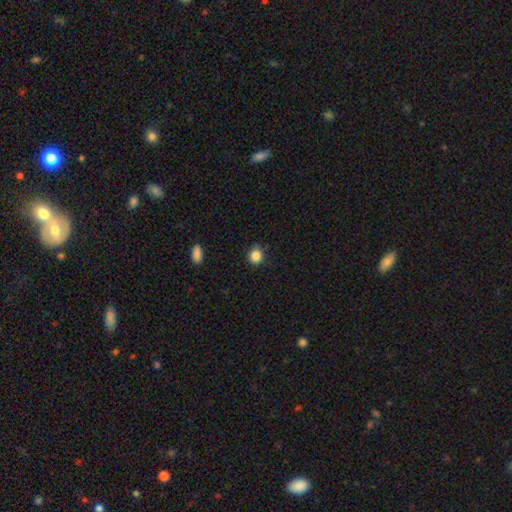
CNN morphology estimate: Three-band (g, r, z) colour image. It shows a smooth galaxy with no disk features (86%) that is round (81%). Merging: none (83%).